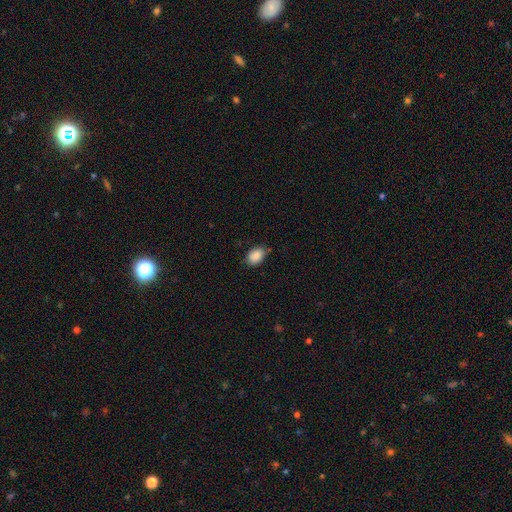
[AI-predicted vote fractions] Smooth or featured? Predicted: smooth (p=0.87). How rounded? Predicted: in between (p=0.80). Merging? Predicted: none (p=0.71).